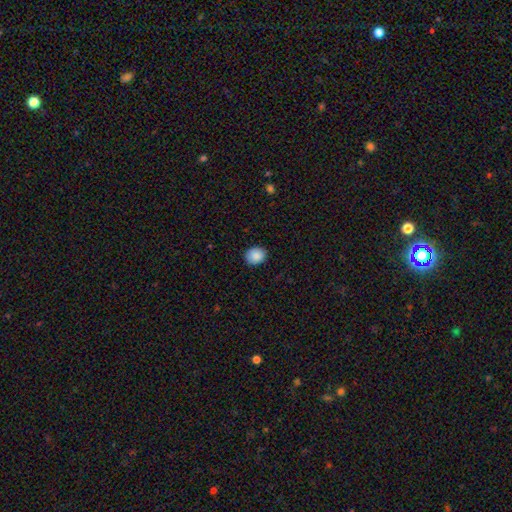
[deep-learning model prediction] Smooth or featured? smooth (89%)
How rounded? round (55%)
Merging? none (88%)